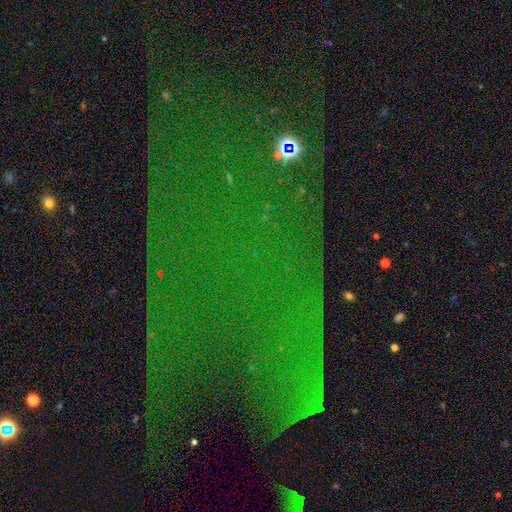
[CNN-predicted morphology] type=star or artifact (83%).